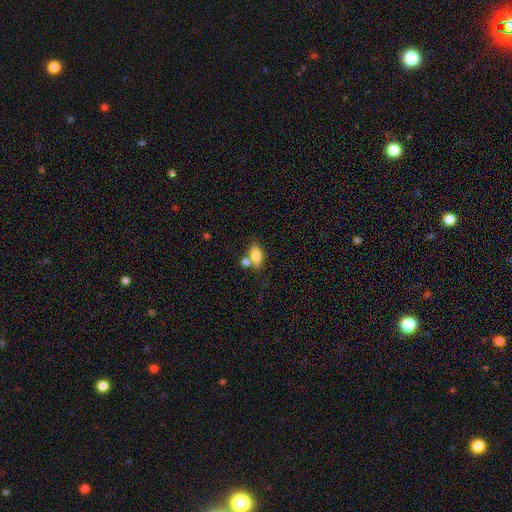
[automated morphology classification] This is clearly a smooth galaxy (82%). How rounded: clearly in between (85%). Merging: possibly none (53%).